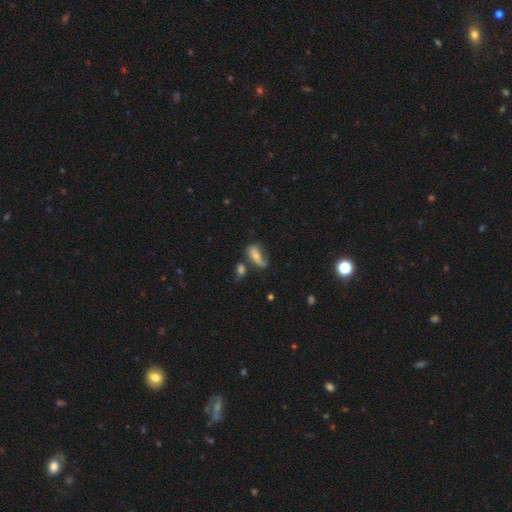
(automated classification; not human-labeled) Smooth or featured: smooth — 53% (featured or disk — 38%)
How rounded: in between — 77% (cigar-shaped — 17%)
Merging: none — 39% (minor disturbance — 26%)